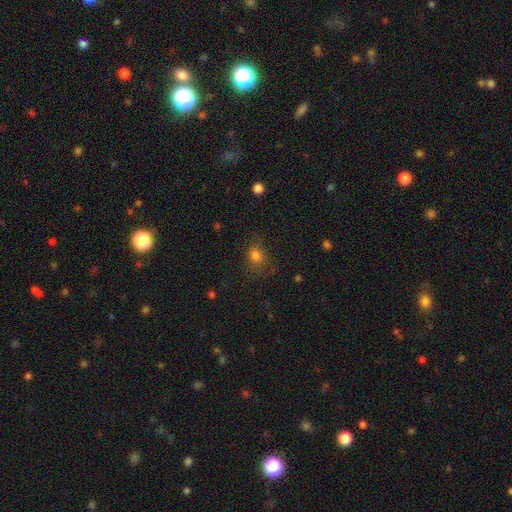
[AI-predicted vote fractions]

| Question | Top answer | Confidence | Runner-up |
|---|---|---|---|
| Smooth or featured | smooth | 79% | star or artifact (14%) |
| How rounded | in between | 51% | round (47%) |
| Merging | none | 73% | minor disturbance (17%) |